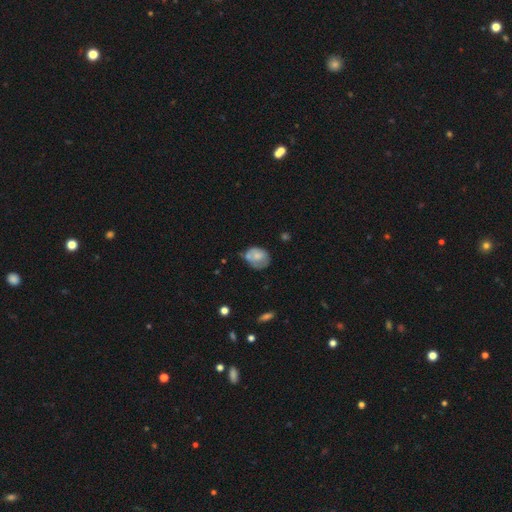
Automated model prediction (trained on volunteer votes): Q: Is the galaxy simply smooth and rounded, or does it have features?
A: smooth — 62%.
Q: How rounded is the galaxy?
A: in between — 51%.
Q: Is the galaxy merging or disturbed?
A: none — 40%.